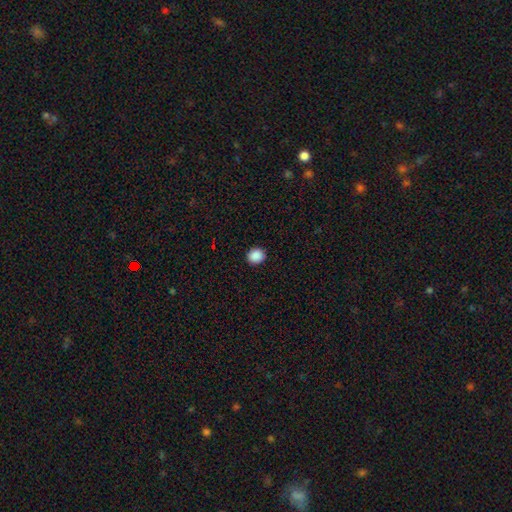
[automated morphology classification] This appears to be a smooth galaxy with no disk features (89%) that is round (87%). Merging: none (92%).